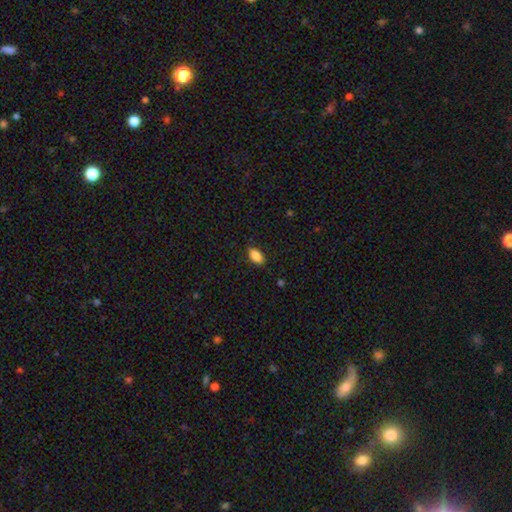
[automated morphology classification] Smooth or featured? smooth (87%)
How rounded? in between (91%)
Merging? none (86%)